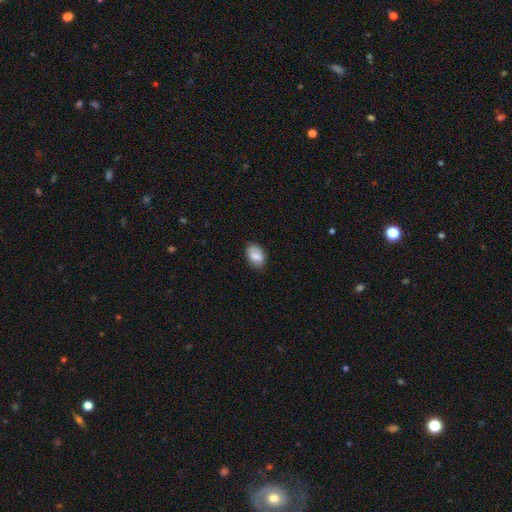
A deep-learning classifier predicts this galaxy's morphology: Smooth or featured? Predicted: smooth (p=0.81). How rounded? Predicted: in between (p=0.88). Merging? Predicted: none (p=0.81).